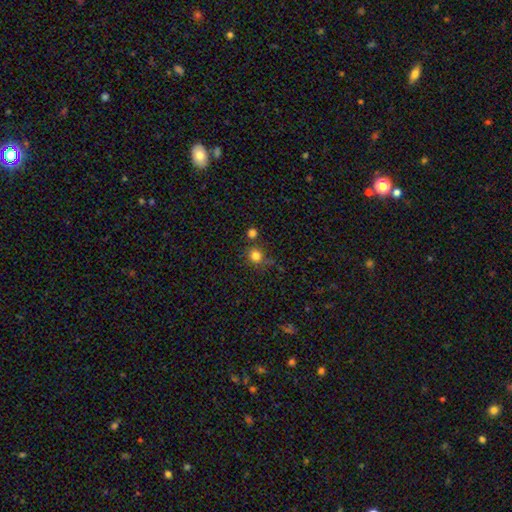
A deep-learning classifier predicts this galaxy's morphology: Smooth or featured? smooth (81%)
How rounded? round (90%)
Merging? none (71%)